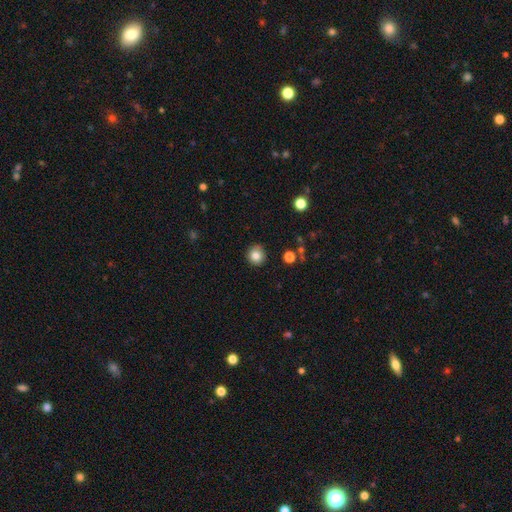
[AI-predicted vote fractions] Morphology: type=smooth (83%); roundness=round (92%); merging=none (89%).